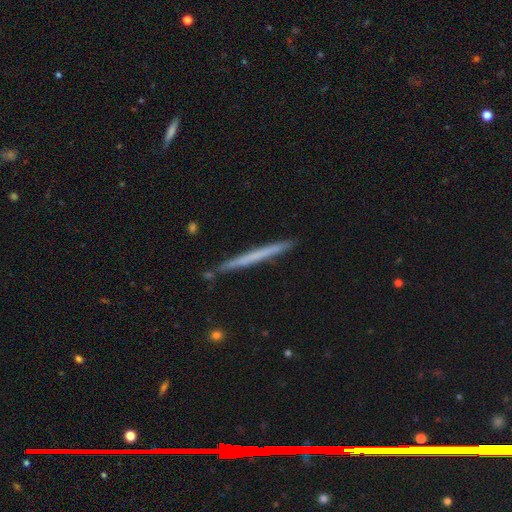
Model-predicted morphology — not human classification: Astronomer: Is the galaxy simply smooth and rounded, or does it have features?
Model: smooth — 50% (runner-up: featured or disk, 45%).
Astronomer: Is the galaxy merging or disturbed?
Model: none — 89%.